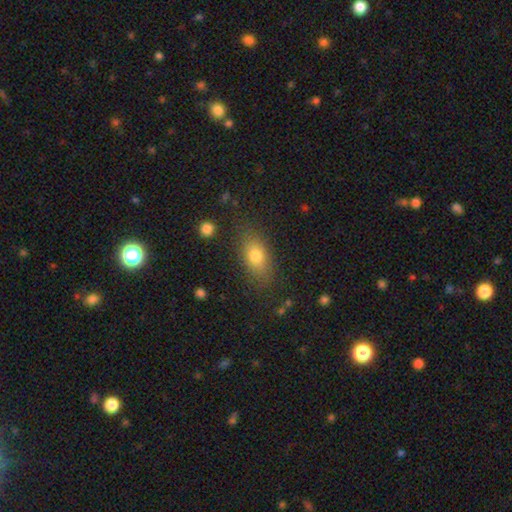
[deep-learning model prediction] This appears to be a smooth galaxy with no disk features (77%) that is in between round and cigar-shaped (81%). Merging: none (80%).